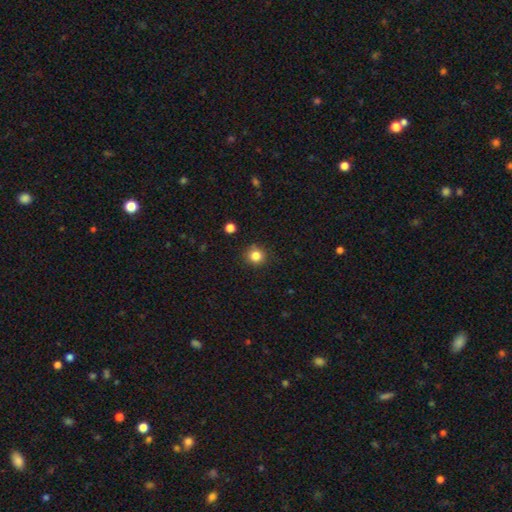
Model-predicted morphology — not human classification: This is clearly a smooth galaxy (83%). How rounded: clearly round (91%). Merging: clearly none (86%).